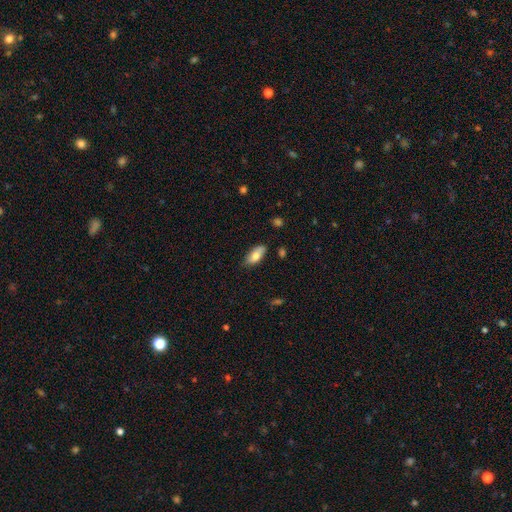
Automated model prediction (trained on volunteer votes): Smooth or featured? Predicted: smooth (p=0.77). How rounded? Predicted: in between (p=0.89). Merging? Predicted: none (p=0.77).